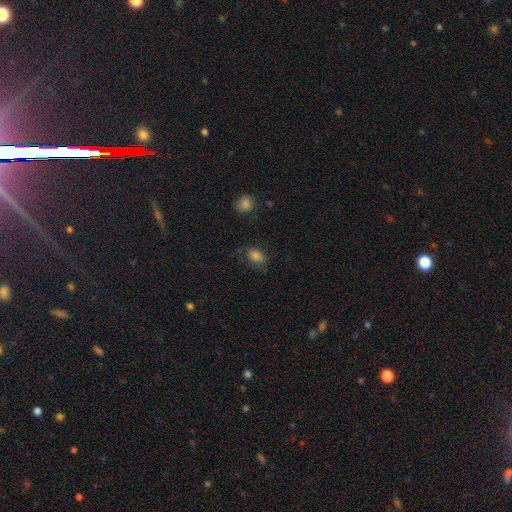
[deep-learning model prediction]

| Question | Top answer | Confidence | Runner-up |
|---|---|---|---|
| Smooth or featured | smooth | 80% | star or artifact (14%) |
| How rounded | in between | 80% | round (18%) |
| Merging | none | 69% | minor disturbance (21%) |